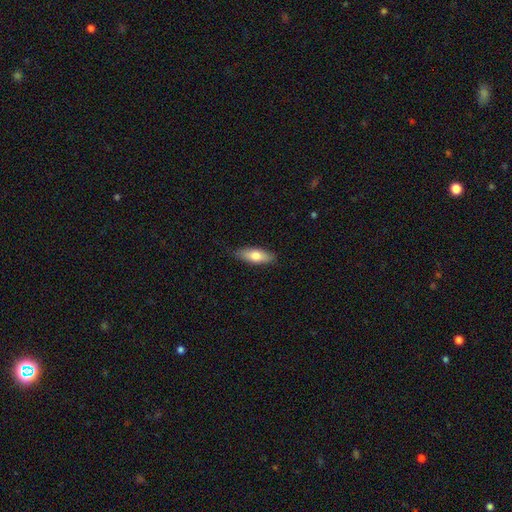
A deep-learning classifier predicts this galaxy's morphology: Overall: smooth (72%). How rounded: in between (65%; cigar-shaped 33%). Merging: none (86%).